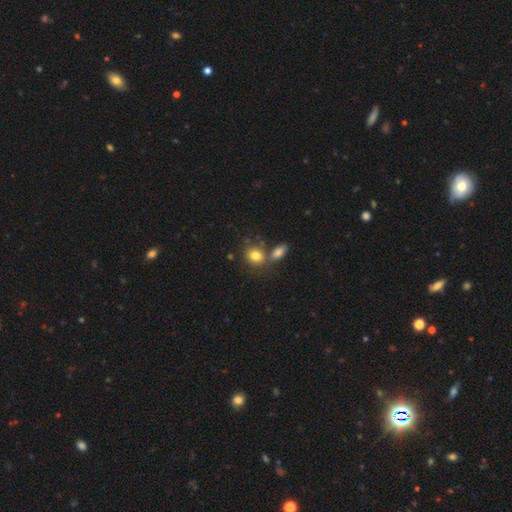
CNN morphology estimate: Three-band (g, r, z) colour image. It shows a smooth galaxy with no disk features (80%) that is round (54%). Merging: none (52%).